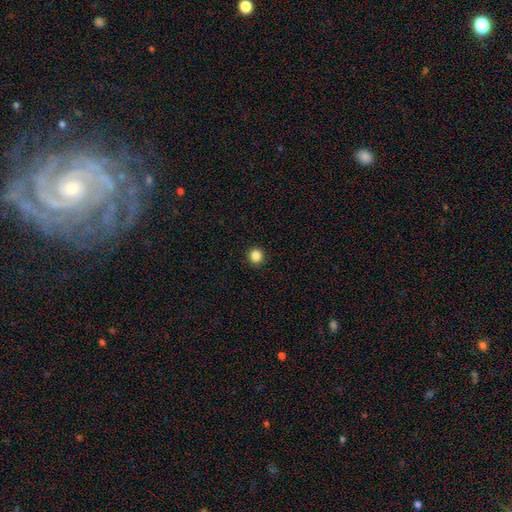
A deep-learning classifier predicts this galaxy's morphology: Smooth or featured? smooth (86%)
How rounded? round (94%)
Merging? none (93%)